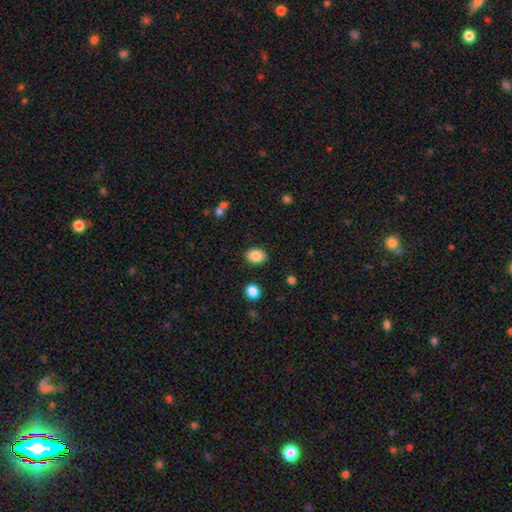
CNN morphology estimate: Smooth or featured?
  - smooth: 85% *
  - star or artifact: 9%
  - featured or disk: 6%
How rounded?
  - in between: 66% *
  - round: 33%
  - cigar-shaped: 1%
Merging?
  - none: 87% *
  - minor disturbance: 9%
  - major disturbance: 2%
  - merger: 2%